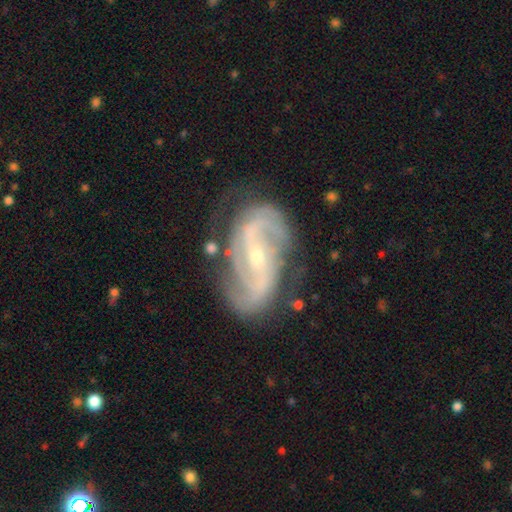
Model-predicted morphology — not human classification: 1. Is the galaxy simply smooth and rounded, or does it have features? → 90% featured or disk, 5% star or artifact, 5% smooth.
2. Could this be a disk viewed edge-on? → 97% no, 3% yes.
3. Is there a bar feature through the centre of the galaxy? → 42% weak, 34% strong, 23% no.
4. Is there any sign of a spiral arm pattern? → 97% yes, 3% no.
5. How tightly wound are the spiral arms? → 50% medium, 31% tight, 19% loose.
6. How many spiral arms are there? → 73% 2, 10% 3, 9% can't tell, 3% 4, 3% 1, 3% more than 4.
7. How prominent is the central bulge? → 69% small, 28% moderate, 1% none, 1% large, 1% dominant.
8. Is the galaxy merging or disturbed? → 68% none, 20% minor disturbance, 9% major disturbance, 3% merger.